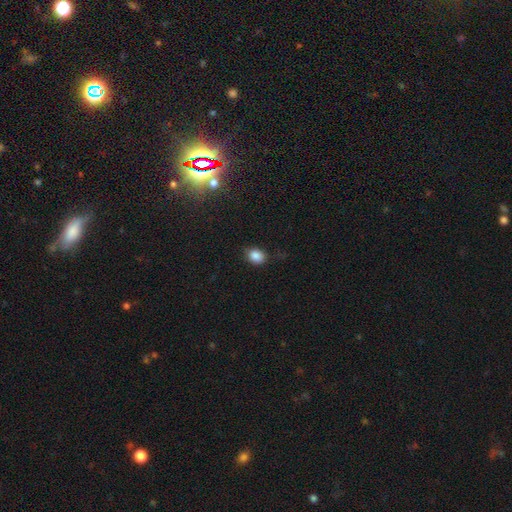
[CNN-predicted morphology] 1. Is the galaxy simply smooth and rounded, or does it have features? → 85% smooth, 10% star or artifact, 4% featured or disk.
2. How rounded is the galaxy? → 55% in between, 44% round, 1% cigar-shaped.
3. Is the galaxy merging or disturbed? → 76% none, 18% minor disturbance, 4% major disturbance, 1% merger.